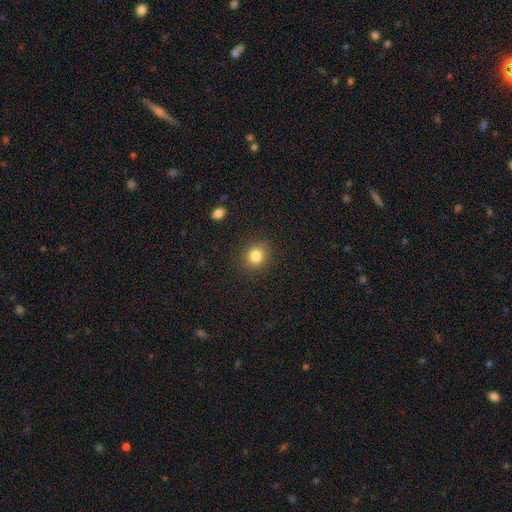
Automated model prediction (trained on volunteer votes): Smooth or featured? smooth (82%)
How rounded? round (70%)
Merging? none (88%)